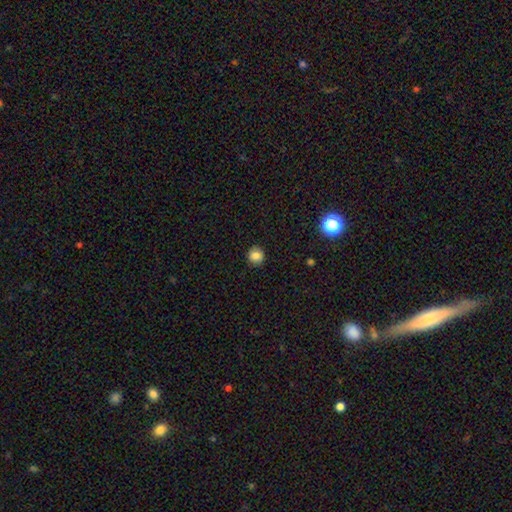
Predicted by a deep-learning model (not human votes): This is clearly a smooth galaxy (83%). How rounded: clearly round (91%). Merging: clearly none (90%).